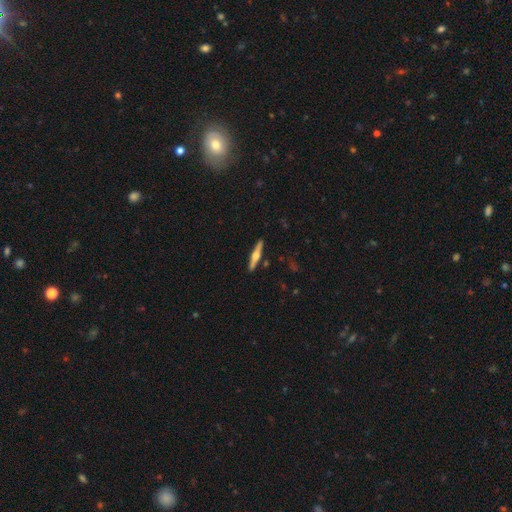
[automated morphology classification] Q: Smooth or featured?
A: featured or disk (67%); runner-up: smooth (28%)
Q: Edge-on disk?
A: yes (98%); runner-up: no (2%)
Q: Edge-on bulge?
A: rounded (92%); runner-up: boxy (5%)
Q: Merging?
A: none (90%); runner-up: minor disturbance (7%)